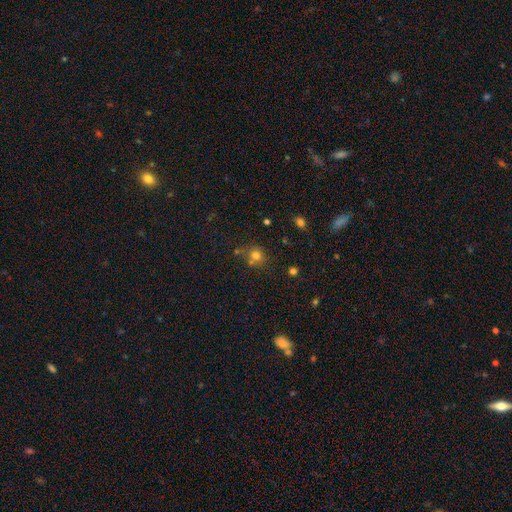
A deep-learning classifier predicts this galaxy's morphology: Smooth or featured? Predicted: smooth (p=0.73). How rounded? Predicted: round (p=0.83). Merging? Predicted: none (p=0.63).